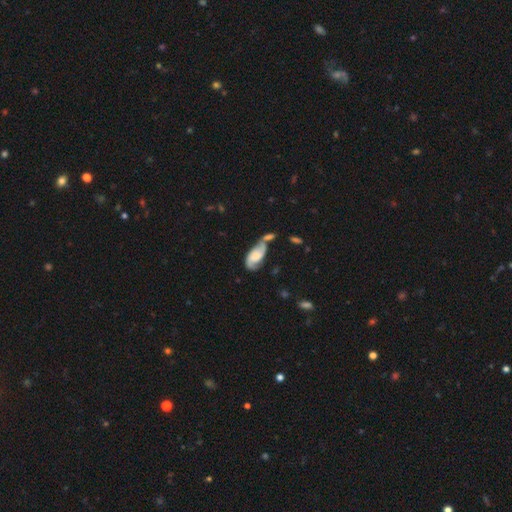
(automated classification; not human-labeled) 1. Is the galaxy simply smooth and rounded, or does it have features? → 59% featured or disk, 33% smooth, 8% star or artifact.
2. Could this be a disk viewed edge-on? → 93% no, 7% yes.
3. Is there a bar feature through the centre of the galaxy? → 58% no, 32% weak, 10% strong.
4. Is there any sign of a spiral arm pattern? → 90% yes, 10% no.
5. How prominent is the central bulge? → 35% none, 25% small, 20% moderate, 16% large, 4% dominant.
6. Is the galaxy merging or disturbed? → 34% none, 31% merger, 22% minor disturbance, 14% major disturbance.